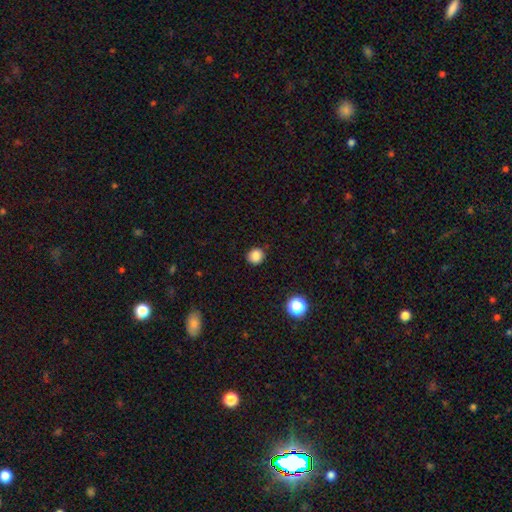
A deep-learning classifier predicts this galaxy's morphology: Smooth or featured? smooth (85%)
How rounded? round (90%)
Merging? none (90%)